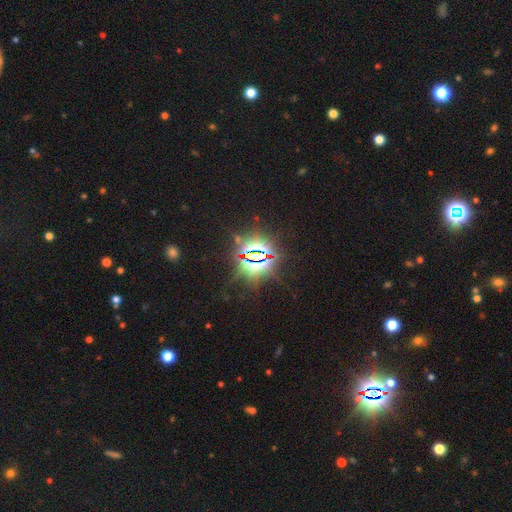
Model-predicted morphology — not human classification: Smooth or featured?
  - star or artifact: 84% *
  - smooth: 8%
  - featured or disk: 8%